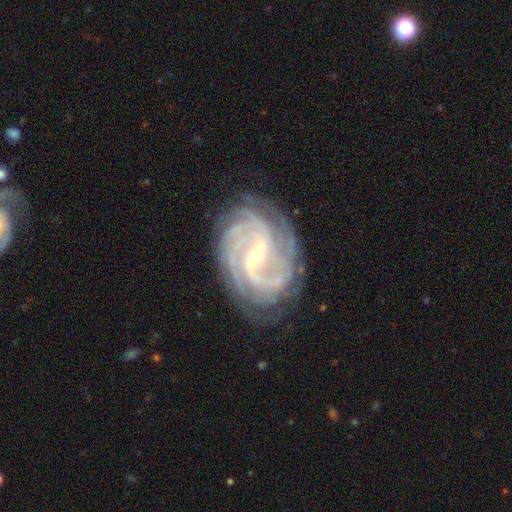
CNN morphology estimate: Q: Smooth or featured?
A: featured or disk (92%); runner-up: star or artifact (5%)
Q: Edge-on disk?
A: no (97%); runner-up: yes (3%)
Q: Bar?
A: weak (47%); runner-up: strong (37%)
Q: Spiral arms?
A: yes (98%); runner-up: no (2%)
Q: Spiral winding?
A: tight (60%); runner-up: medium (34%)
Q: Spiral arm count?
A: 4 (26%); runner-up: 3 (20%)
Q: Bulge size?
A: small (69%); runner-up: moderate (28%)
Q: Merging?
A: none (79%); runner-up: minor disturbance (15%)